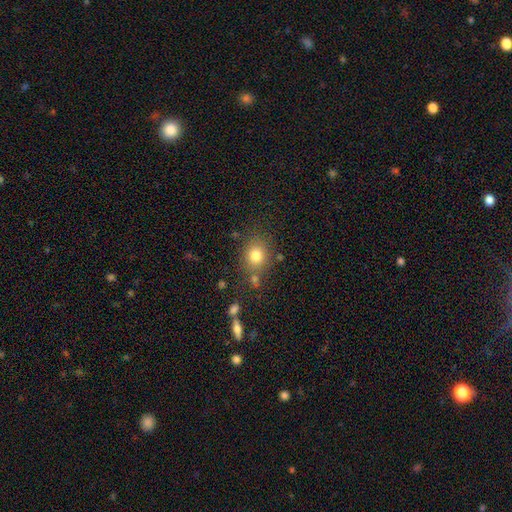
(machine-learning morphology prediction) This appears to be a smooth galaxy with no disk features (79%) that is round (66%). Merging: none (75%).